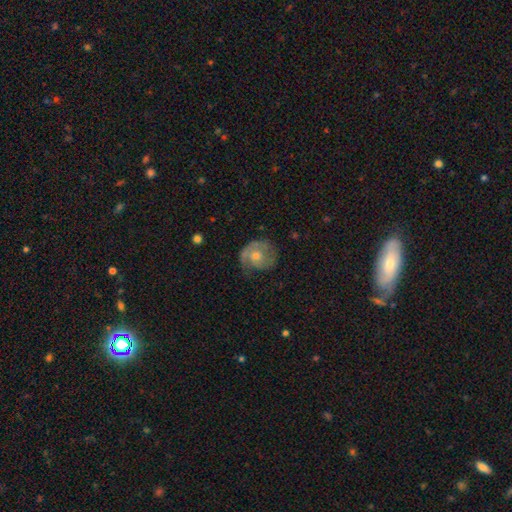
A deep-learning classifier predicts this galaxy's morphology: type=featured or disk (66%); edge-on=no (97%); bar=no (78%); spiral arms=yes (81%); winding=tight (51%); arm count=2 (42%); bulge=moderate (59%); merging=none (62%).